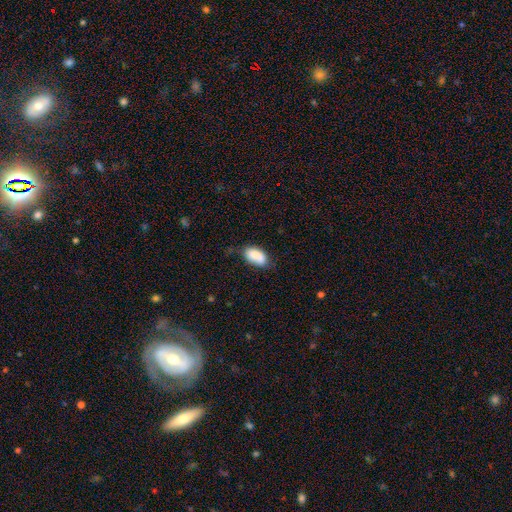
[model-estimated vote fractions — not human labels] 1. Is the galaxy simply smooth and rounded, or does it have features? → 82% smooth, 11% featured or disk, 7% star or artifact.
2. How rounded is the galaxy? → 92% in between, 5% round, 2% cigar-shaped.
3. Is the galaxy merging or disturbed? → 59% none, 27% minor disturbance, 7% merger, 7% major disturbance.